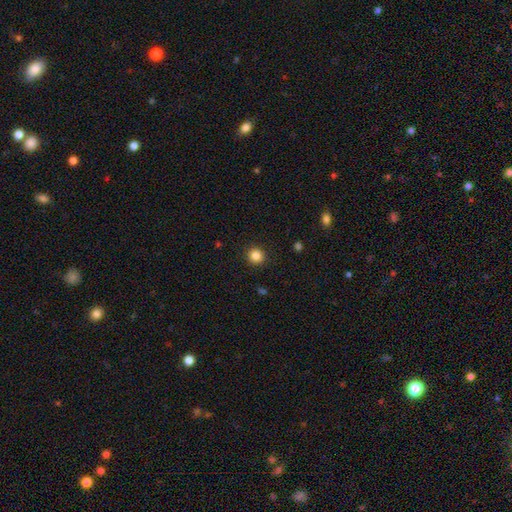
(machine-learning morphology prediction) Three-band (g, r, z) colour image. It shows a smooth galaxy with no disk features (85%) that is round (93%). Merging: none (92%).